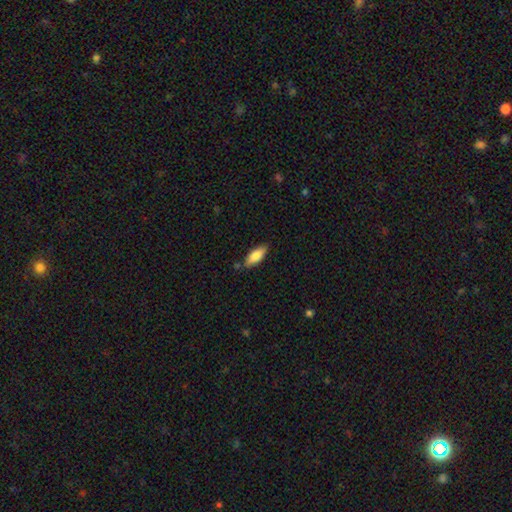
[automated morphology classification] Smooth or featured? smooth (81%)
How rounded? in between (74%)
Merging? none (78%)